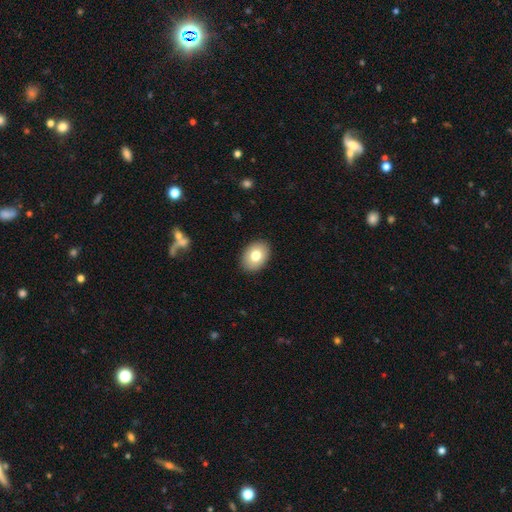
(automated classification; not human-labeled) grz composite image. It shows a smooth galaxy with no disk features (77%) that is in between round and cigar-shaped (73%). Merging: none (90%).